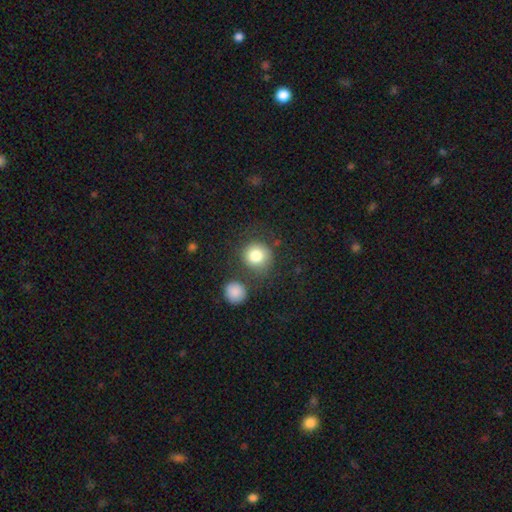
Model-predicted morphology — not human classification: smooth_or_featured: smooth (p=0.82) [alt: star or artifact p=0.10]
how_rounded: round (p=0.91) [alt: in between p=0.08]
merging: none (p=0.71) [alt: minor disturbance p=0.13]